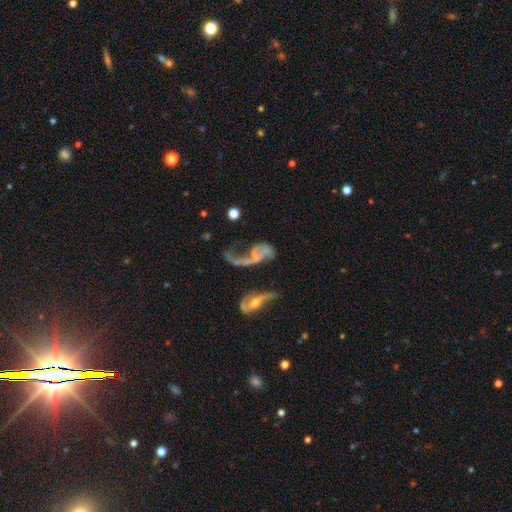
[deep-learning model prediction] featured or disk 68%, smooth 19%, star or artifact 13%. Down the decision tree: edge-on disk — no (93%); bar — no (77%); spiral arms — yes (57%); bulge size — none (47%); merging — major disturbance (42%).